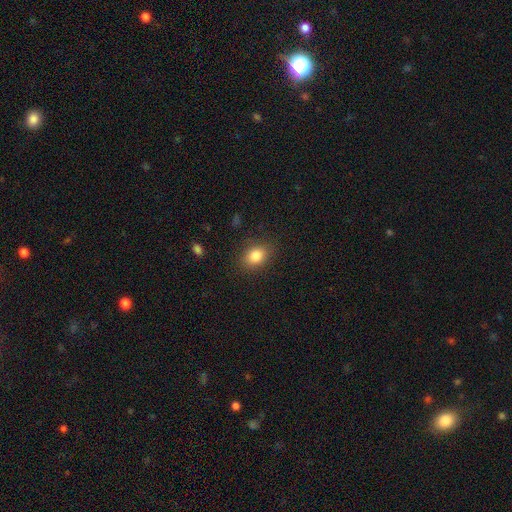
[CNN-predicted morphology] Q: Smooth or featured?
A: smooth (83%); runner-up: star or artifact (9%)
Q: How rounded?
A: in between (69%); runner-up: round (30%)
Q: Merging?
A: none (86%); runner-up: minor disturbance (10%)